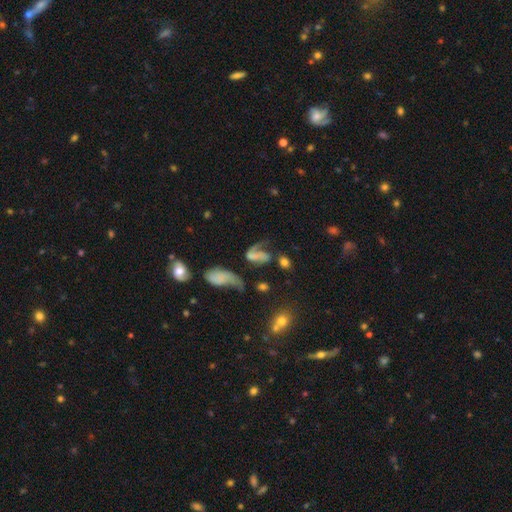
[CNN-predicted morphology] Smooth or featured? Predicted: featured or disk (p=0.53). Edge-on disk? Predicted: no (p=0.94). Merging? Predicted: major disturbance (p=0.41).